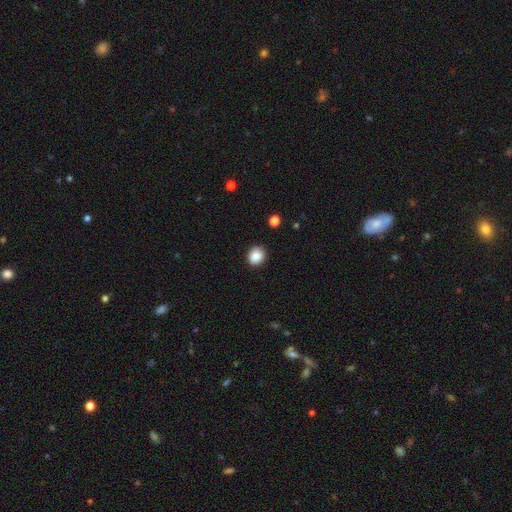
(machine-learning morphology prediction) This appears to be a smooth galaxy with no disk features (87%) that is round (76%). Merging: none (89%).